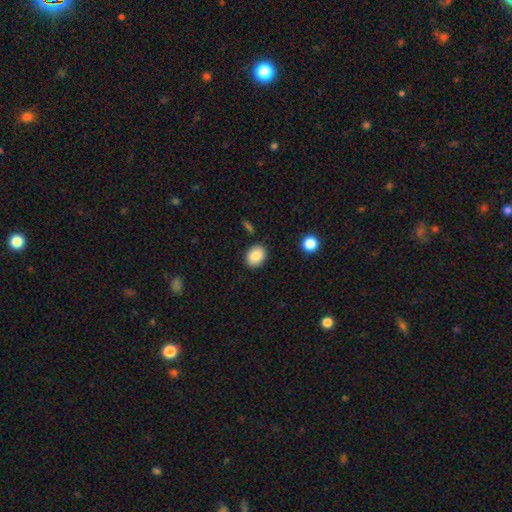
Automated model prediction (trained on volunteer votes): Overall: smooth (87%). How rounded: in between (65%; round 34%). Merging: none (86%).